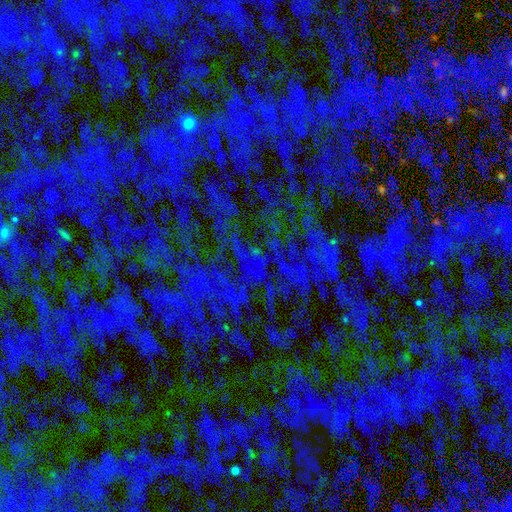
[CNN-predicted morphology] type=star or artifact (79%).